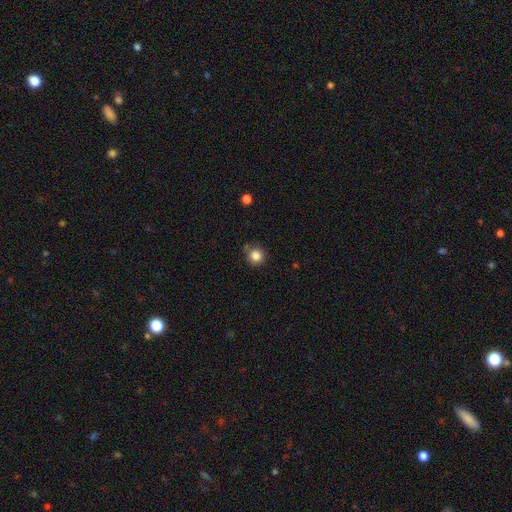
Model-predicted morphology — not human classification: Smooth or featured? Predicted: smooth (p=0.84). How rounded? Predicted: round (p=0.93). Merging? Predicted: none (p=0.79).